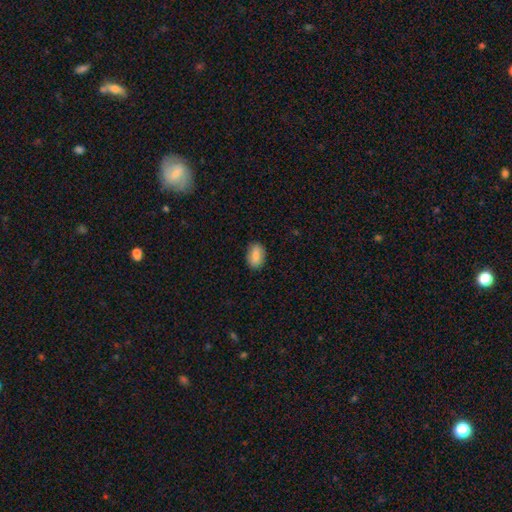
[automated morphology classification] This appears to be a smooth galaxy with no disk features (83%) that is in between round and cigar-shaped (88%). Merging: none (84%).